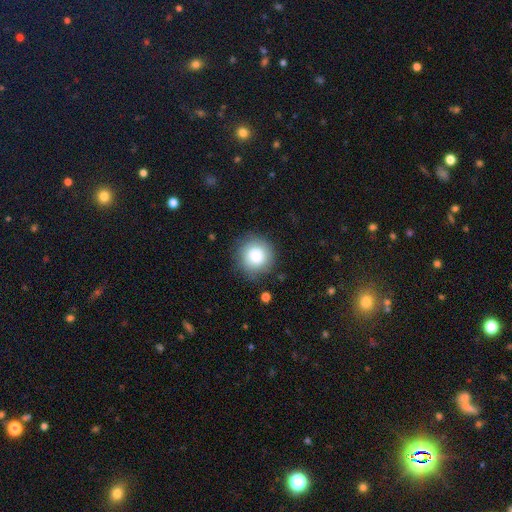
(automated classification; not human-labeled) Smooth or featured?
  - smooth: 83% *
  - featured or disk: 8%
  - star or artifact: 8%
How rounded?
  - round: 93% *
  - in between: 6%
  - cigar-shaped: 1%
Merging?
  - none: 83% *
  - minor disturbance: 12%
  - major disturbance: 4%
  - merger: 2%